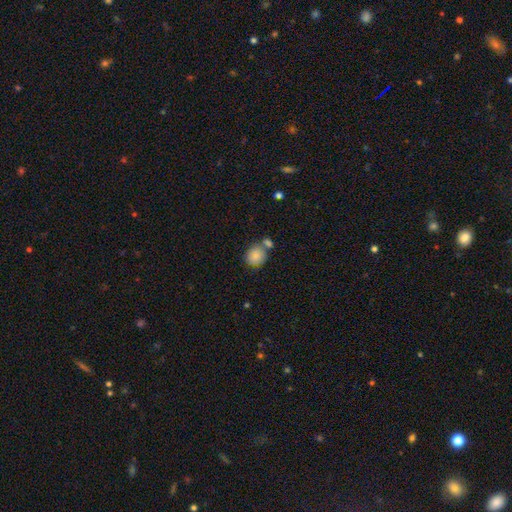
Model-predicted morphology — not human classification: smooth_or_featured: smooth (p=0.85) [alt: star or artifact p=0.08]
how_rounded: round (p=0.75) [alt: in between p=0.24]
merging: none (p=0.54) [alt: merger p=0.30]